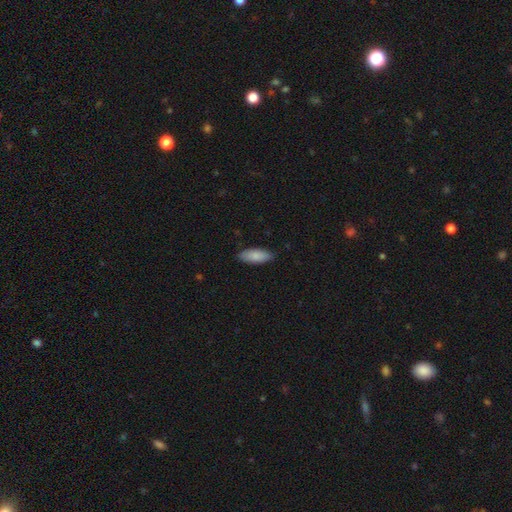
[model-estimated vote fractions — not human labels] Smooth or featured?
  - smooth: 86% *
  - featured or disk: 9%
  - star or artifact: 6%
How rounded?
  - in between: 82% *
  - cigar-shaped: 16%
  - round: 2%
Merging?
  - none: 84% *
  - minor disturbance: 13%
  - major disturbance: 2%
  - merger: 1%